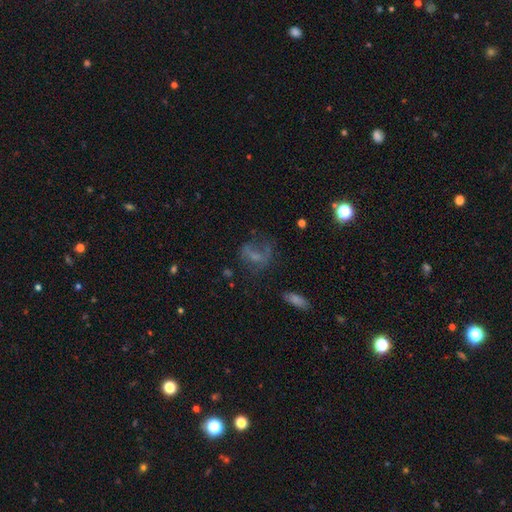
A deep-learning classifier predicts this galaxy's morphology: type=featured or disk (41%); merging=none (41%).